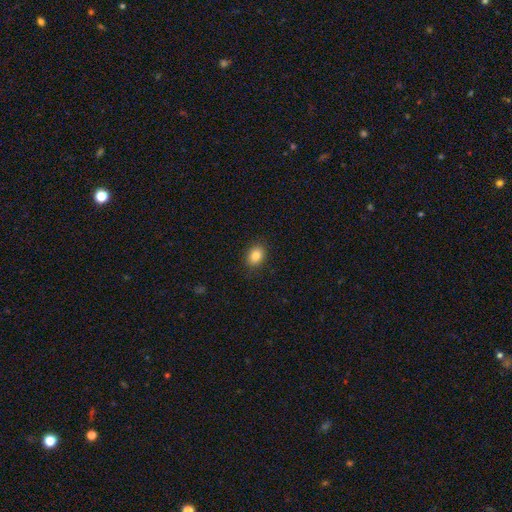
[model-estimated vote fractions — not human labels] The model was most divided on "how rounded": in between: 67%, round: 32%, cigar-shaped: 1%. More confident: merging — none (89%); smooth or featured — smooth (85%).